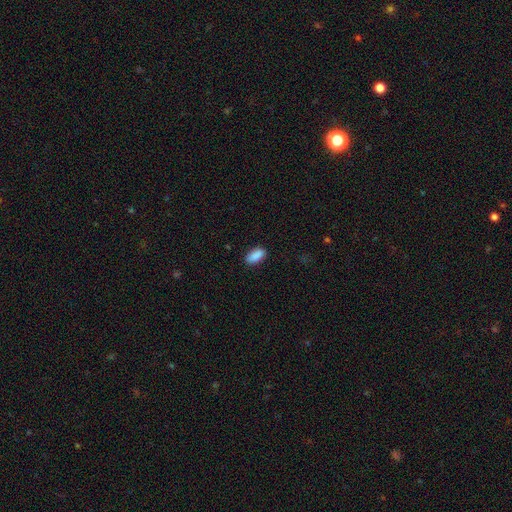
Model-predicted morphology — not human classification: This appears to be a smooth galaxy with no disk features (90%) that is in between round and cigar-shaped (91%). Merging: none (87%).